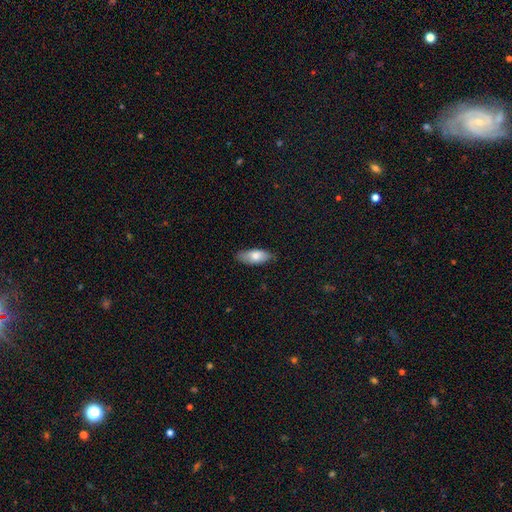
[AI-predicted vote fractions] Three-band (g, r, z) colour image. It shows a smooth galaxy with no disk features (77%) that is in between round and cigar-shaped (82%). Merging: none (81%).